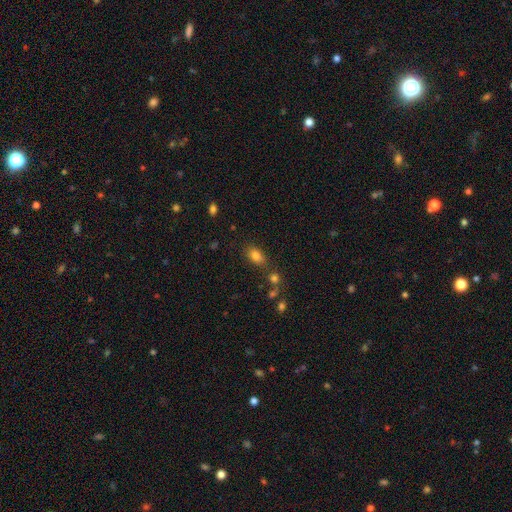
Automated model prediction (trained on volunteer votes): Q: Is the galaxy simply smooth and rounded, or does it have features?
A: smooth — 80%.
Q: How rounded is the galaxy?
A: in between — 80%.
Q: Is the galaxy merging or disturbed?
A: none — 73%.